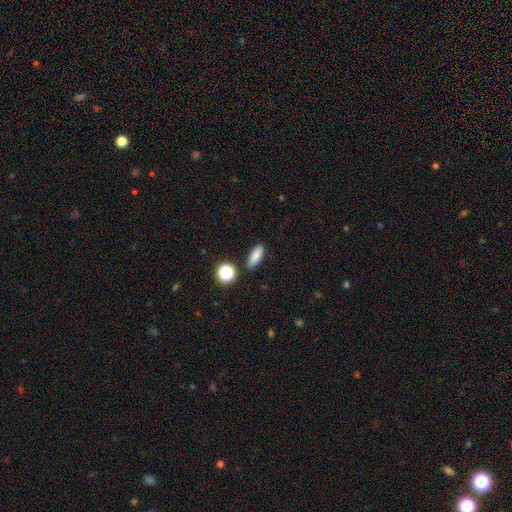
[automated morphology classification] Overall: smooth (81%). How rounded: in between (65%; cigar-shaped 27%). Merging: none (85%).